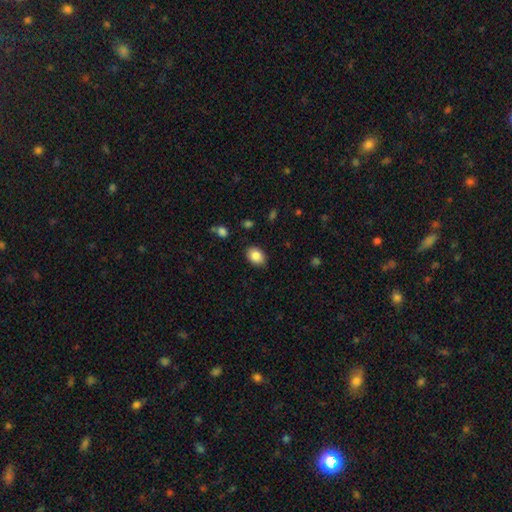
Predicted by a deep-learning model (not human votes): Smooth or featured?
  - smooth: 85% *
  - star or artifact: 8%
  - featured or disk: 7%
How rounded?
  - in between: 75% *
  - round: 24%
  - cigar-shaped: 1%
Merging?
  - none: 86% *
  - minor disturbance: 10%
  - major disturbance: 2%
  - merger: 1%